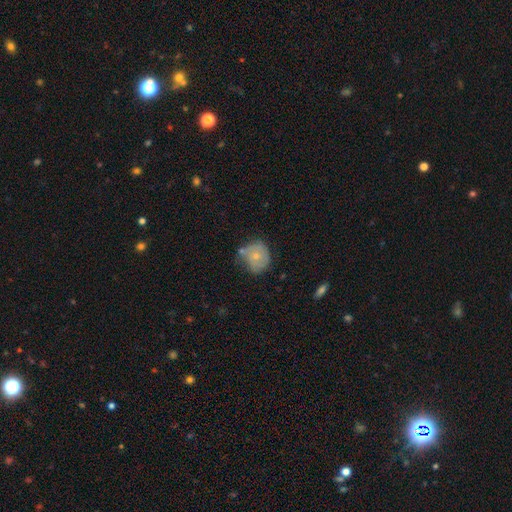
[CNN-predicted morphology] type=smooth (59%); roundness=round (72%); merging=none (46%).